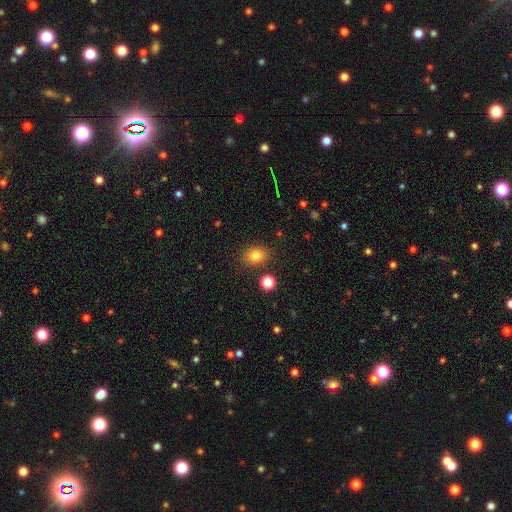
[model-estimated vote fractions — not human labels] Smooth or featured: smooth — 82% (star or artifact — 12%)
How rounded: in between — 58% (round — 41%)
Merging: none — 84% (minor disturbance — 9%)